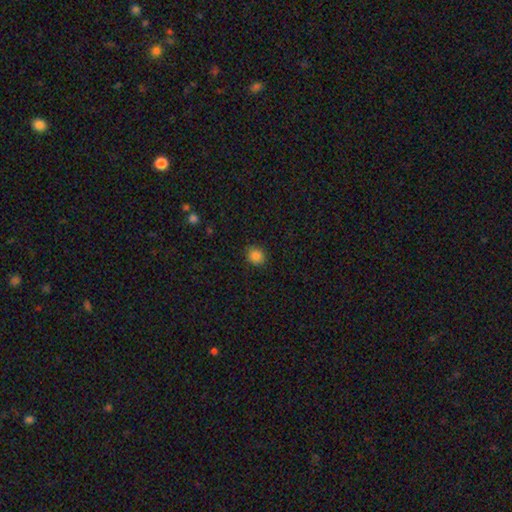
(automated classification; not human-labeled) smooth-or-featured: smooth: 84% | star or artifact: 12% | featured or disk: 4%
  how-rounded: round: 74% | in between: 25% | cigar-shaped: 1%
  merging: none: 89% | minor disturbance: 8% | major disturbance: 2% | merger: 1%